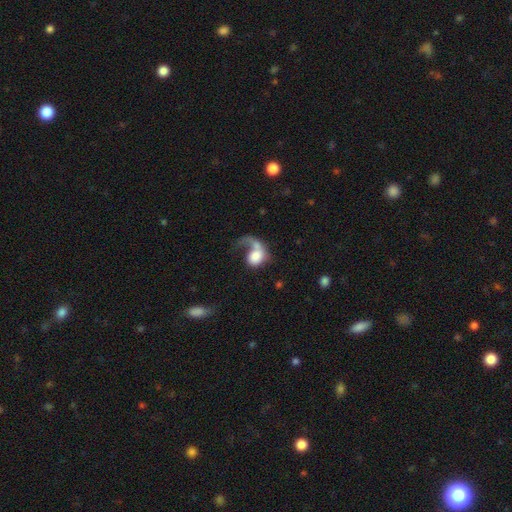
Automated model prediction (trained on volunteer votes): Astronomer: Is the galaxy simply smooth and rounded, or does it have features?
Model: smooth — 54% (runner-up: featured or disk, 38%).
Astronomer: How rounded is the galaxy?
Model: round — 50% (runner-up: in between, 48%).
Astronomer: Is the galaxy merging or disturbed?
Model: major disturbance — 48%.